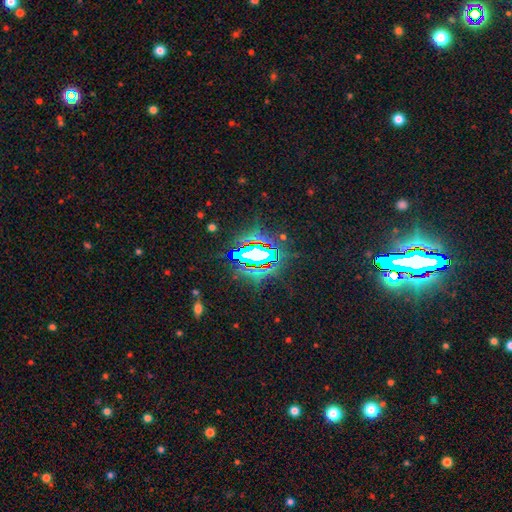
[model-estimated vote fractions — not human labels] Morphology: type=star or artifact (73%).